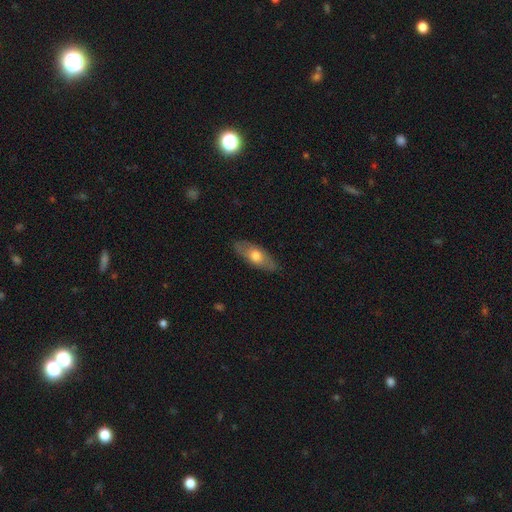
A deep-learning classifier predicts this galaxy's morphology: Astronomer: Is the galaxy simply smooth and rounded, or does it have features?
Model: smooth — 57% (runner-up: featured or disk, 38%).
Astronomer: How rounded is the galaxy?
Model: in between — 75%.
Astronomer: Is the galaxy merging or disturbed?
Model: none — 84%.